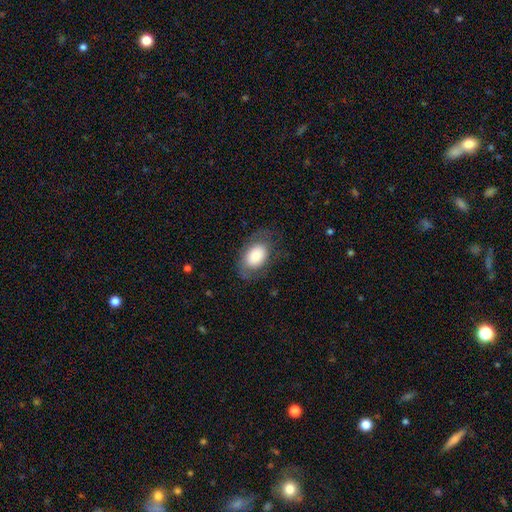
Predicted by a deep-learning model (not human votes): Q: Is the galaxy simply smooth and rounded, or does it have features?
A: smooth — 73%.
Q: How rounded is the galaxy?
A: in between — 84%.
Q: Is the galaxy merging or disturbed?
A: none — 70%.